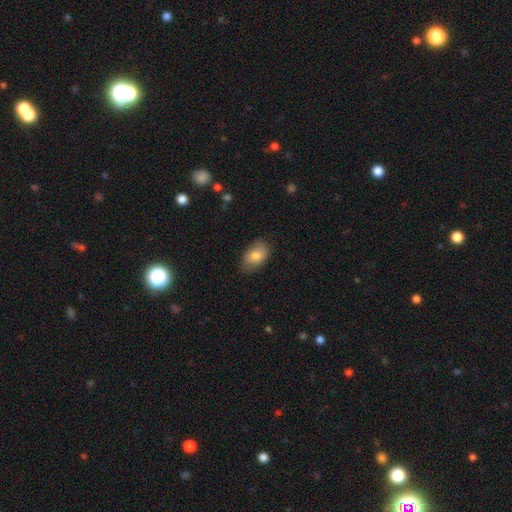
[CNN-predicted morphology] Smooth or featured?
  - smooth: 82% *
  - featured or disk: 11%
  - star or artifact: 7%
How rounded?
  - in between: 89% *
  - round: 9%
  - cigar-shaped: 1%
Merging?
  - none: 78% *
  - minor disturbance: 18%
  - major disturbance: 4%
  - merger: 1%